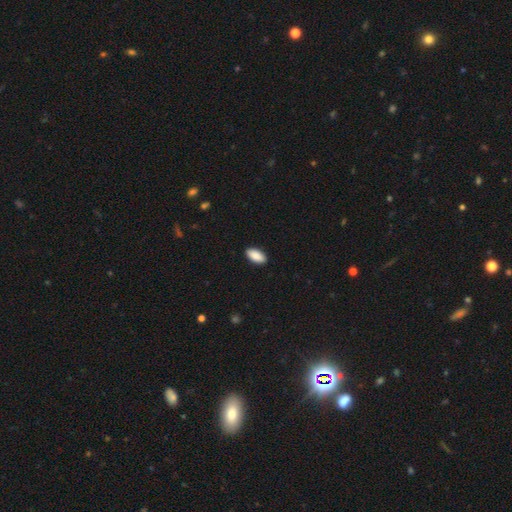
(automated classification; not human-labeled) A smooth galaxy with no disk features (90%) that is in between round and cigar-shaped (93%). Merging: none (90%).